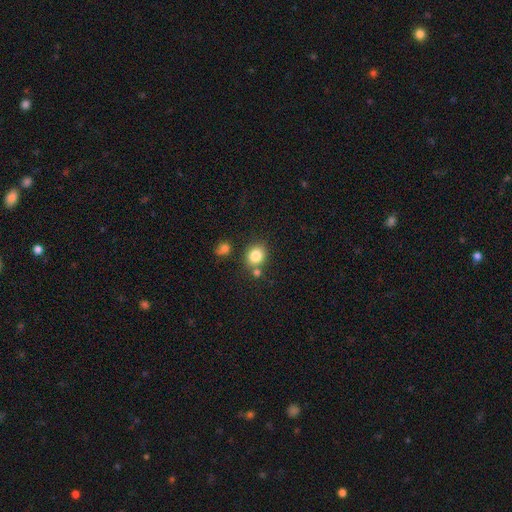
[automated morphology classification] smooth-or-featured: smooth: 82% | star or artifact: 10% | featured or disk: 7%
  how-rounded: round: 67% | in between: 32% | cigar-shaped: 1%
  merging: none: 70% | merger: 15% | minor disturbance: 11% | major disturbance: 3%